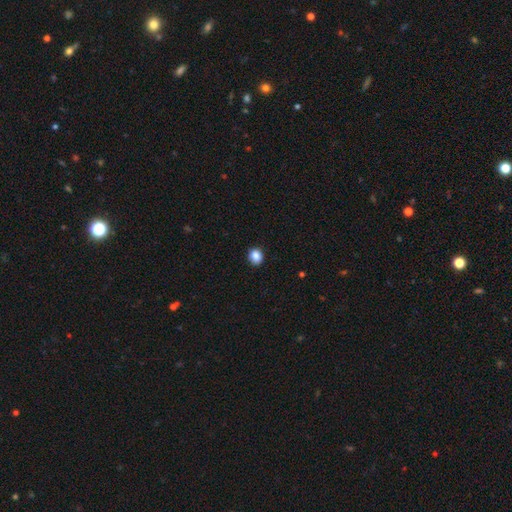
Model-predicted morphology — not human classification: This appears to be a smooth galaxy with no disk features (87%) that is round (71%). Merging: none (91%).